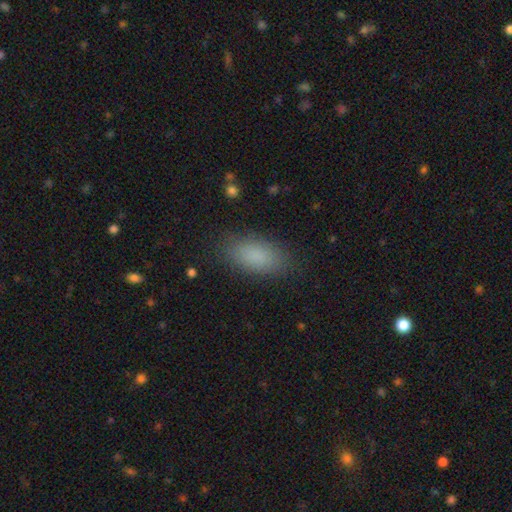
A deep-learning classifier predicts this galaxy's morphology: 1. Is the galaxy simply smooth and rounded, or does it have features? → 86% smooth, 8% star or artifact, 6% featured or disk.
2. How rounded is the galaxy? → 90% in between, 7% cigar-shaped, 3% round.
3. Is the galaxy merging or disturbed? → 85% none, 10% minor disturbance, 3% major disturbance, 1% merger.